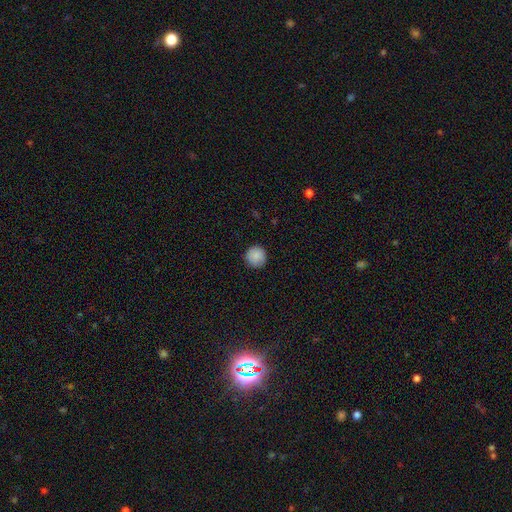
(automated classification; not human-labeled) Smooth or featured? smooth (86%)
How rounded? round (95%)
Merging? none (88%)